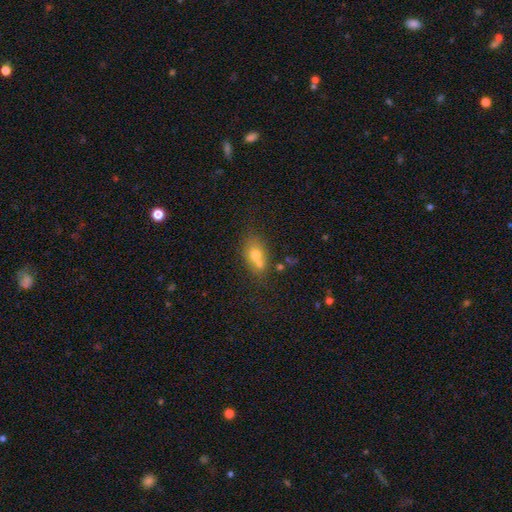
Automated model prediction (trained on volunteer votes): This appears to be a smooth galaxy with no disk features (66%) that is in between round and cigar-shaped (52%). Merging: merger (45%).